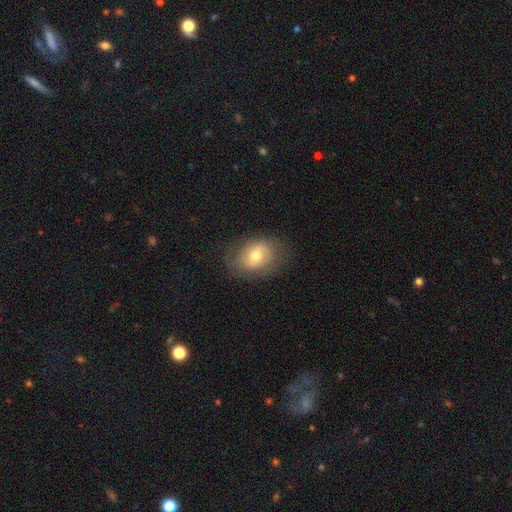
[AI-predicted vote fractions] Smooth or featured? smooth (51%)
How rounded? in between (65%)
Merging? none (76%)